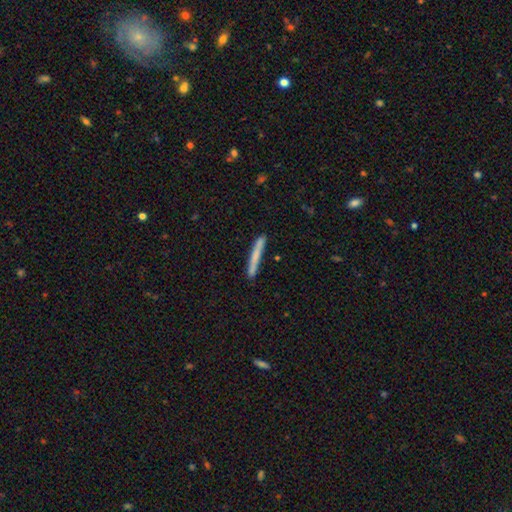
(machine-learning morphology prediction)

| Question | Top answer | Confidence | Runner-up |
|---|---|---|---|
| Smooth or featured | smooth | 69% | featured or disk (25%) |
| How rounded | cigar-shaped | 97% | in between (2%) |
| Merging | none | 87% | minor disturbance (10%) |